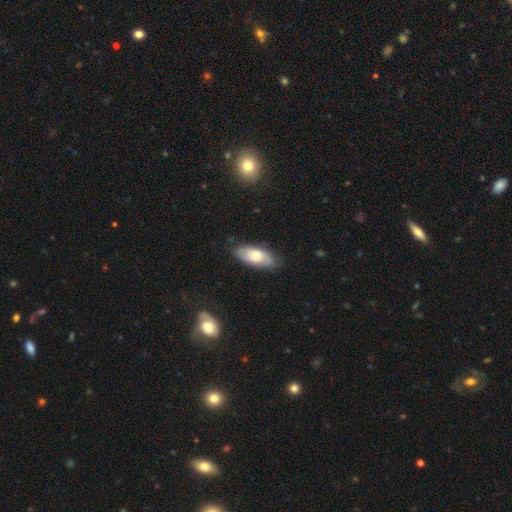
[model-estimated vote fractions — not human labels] A smooth galaxy with no disk features (59%) that is in between round and cigar-shaped (87%).

Vote fractions:
- Smooth or featured? smooth: 59% / featured or disk: 34% / star or artifact: 6%
- How rounded? in between: 87% / cigar-shaped: 10% / round: 3%
- Merging? none: 80% / minor disturbance: 16% / major disturbance: 3% / merger: 1%